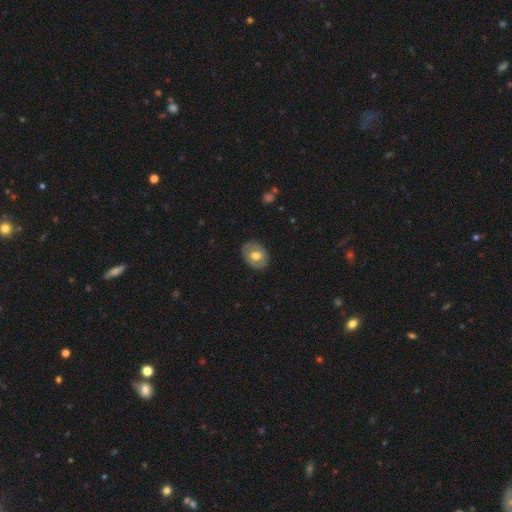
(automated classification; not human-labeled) Morphology: type=smooth (61%); roundness=in between (63%); merging=none (83%).